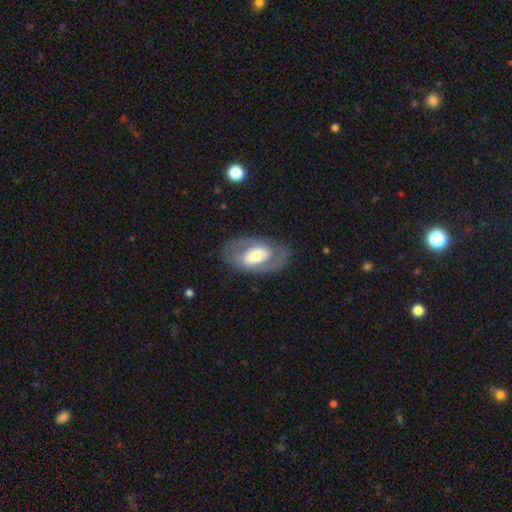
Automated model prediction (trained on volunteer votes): smooth-or-featured: featured or disk: 57% | smooth: 38% | star or artifact: 6%
  disk-edge-on: no: 91% | yes: 9%
    bar: no: 51% | weak: 28% | strong: 21%
    has-spiral-arms: no: 58% | yes: 42%
    bulge-size: moderate: 50% | small: 23% | large: 22% | dominant: 3% | none: 1%
  merging: none: 78% | minor disturbance: 13% | major disturbance: 8% | merger: 1%